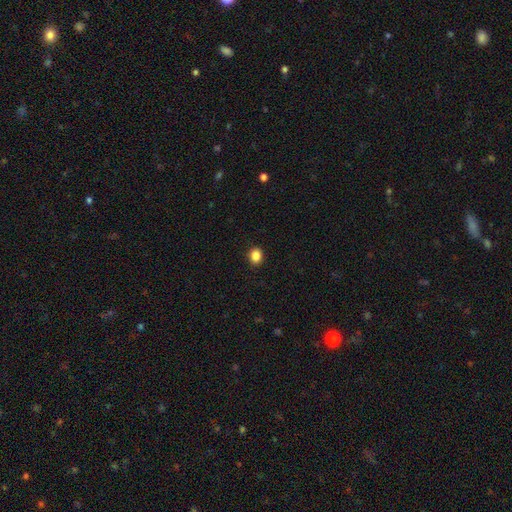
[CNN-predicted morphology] smooth 86%, star or artifact 10%, featured or disk 4%. Down the decision tree: how rounded — round (55%); merging — none (90%).